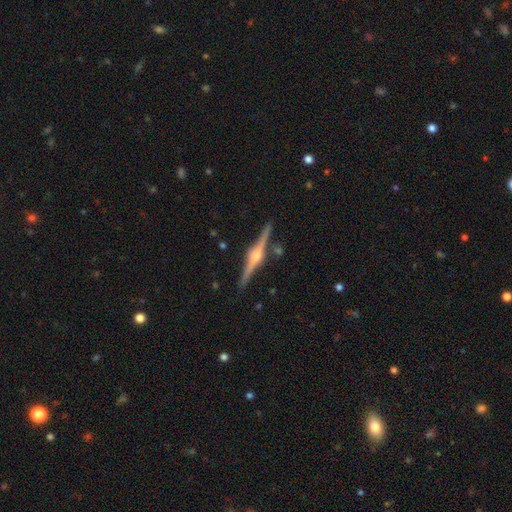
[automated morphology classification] This appears to be a featured or disk galaxy (86%) viewed edge-on (98%) with a rounded central bulge (92%). Merging: none (88%).